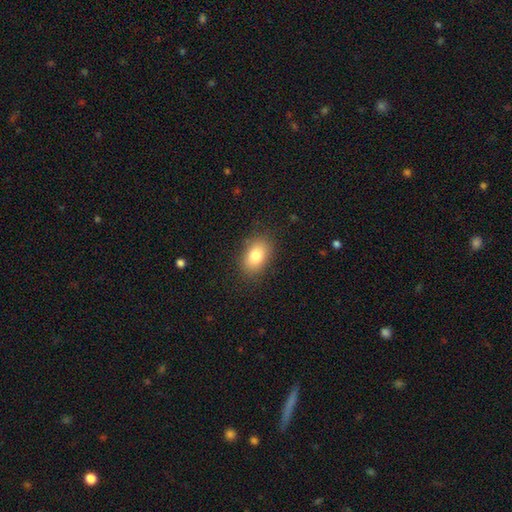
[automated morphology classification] type=smooth (82%); roundness=in between (86%); merging=none (85%).